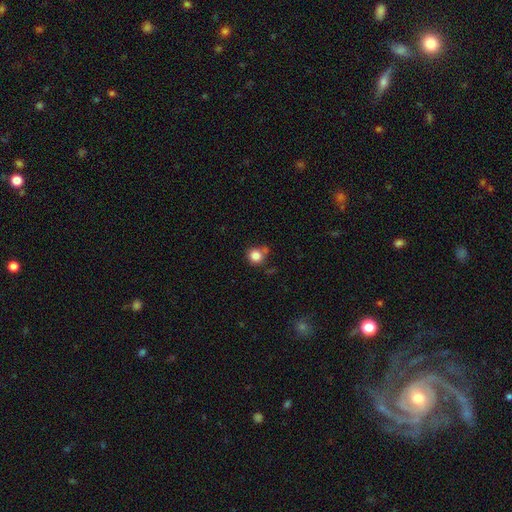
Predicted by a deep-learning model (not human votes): A smooth galaxy with no disk features (84%) that is round (91%). Merging: none (67%).